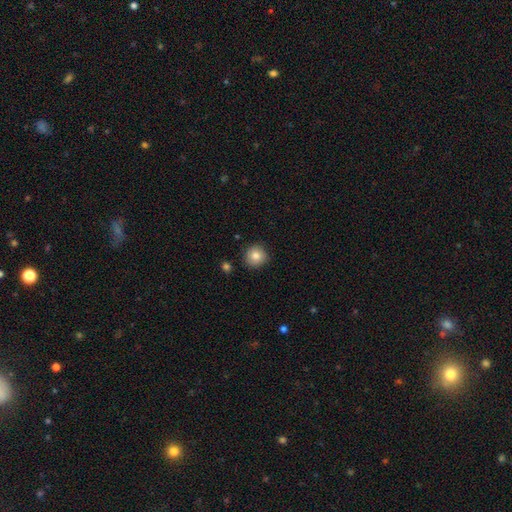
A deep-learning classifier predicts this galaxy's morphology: A smooth galaxy with no disk features (83%) that is round (93%).

Vote fractions:
- Smooth or featured? smooth: 83% / star or artifact: 9% / featured or disk: 8%
- How rounded? round: 93% / in between: 6% / cigar-shaped: 1%
- Merging? none: 88% / minor disturbance: 8% / major disturbance: 2% / merger: 2%